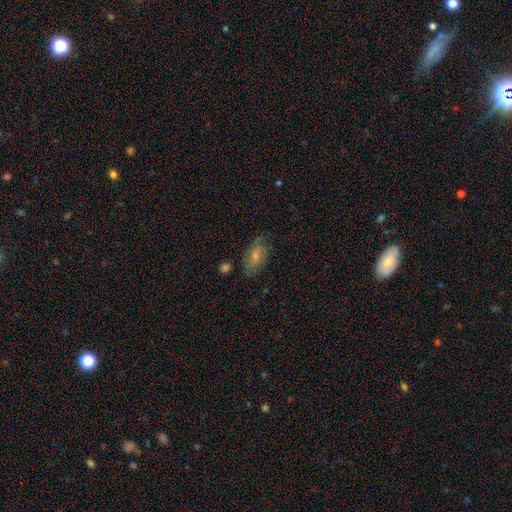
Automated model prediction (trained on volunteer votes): A smooth galaxy with no disk features (51%) that is in between round and cigar-shaped (87%).

Vote fractions:
- Smooth or featured? smooth: 51% / featured or disk: 40% / star or artifact: 9%
- How rounded? in between: 87% / round: 6% / cigar-shaped: 6%
- Merging? none: 66% / minor disturbance: 23% / major disturbance: 8% / merger: 3%